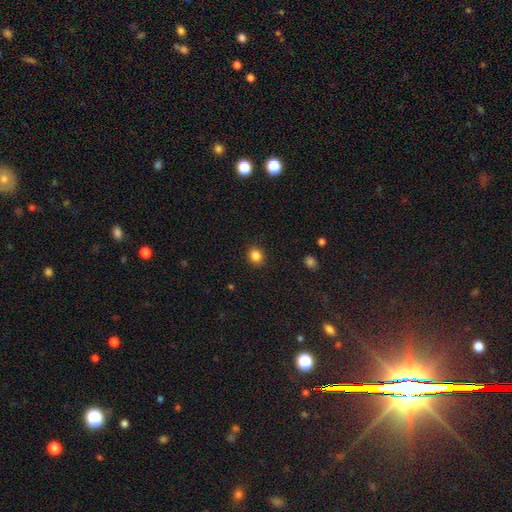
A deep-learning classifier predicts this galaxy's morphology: Smooth or featured? smooth (85%)
How rounded? round (71%)
Merging? none (89%)